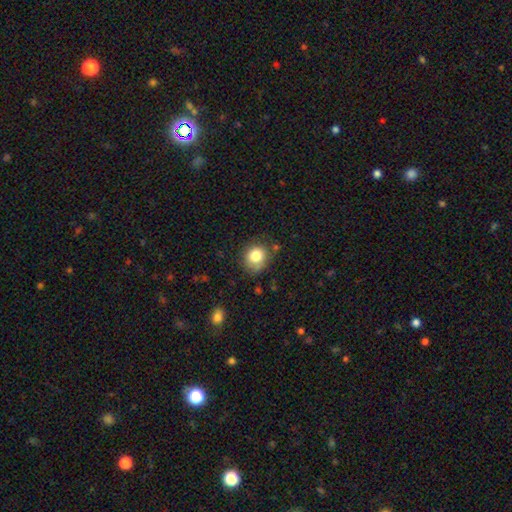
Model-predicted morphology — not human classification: smooth_or_featured: smooth (p=0.81) [alt: star or artifact p=0.10]
how_rounded: round (p=0.71) [alt: in between p=0.28]
merging: none (p=0.69) [alt: minor disturbance p=0.22]